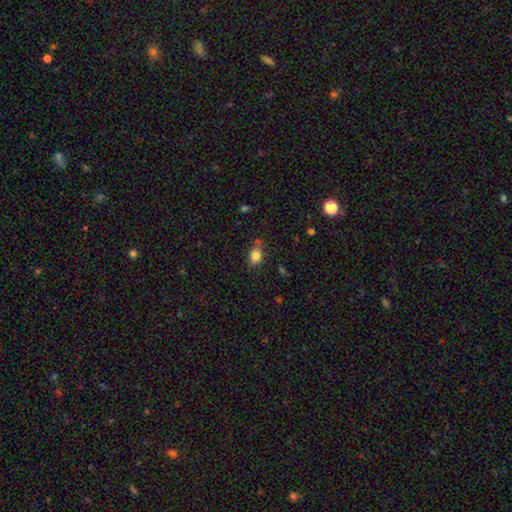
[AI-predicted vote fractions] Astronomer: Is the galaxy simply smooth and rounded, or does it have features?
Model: smooth — 82%.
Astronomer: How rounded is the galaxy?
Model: in between — 72%.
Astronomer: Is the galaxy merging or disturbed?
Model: none — 68%.